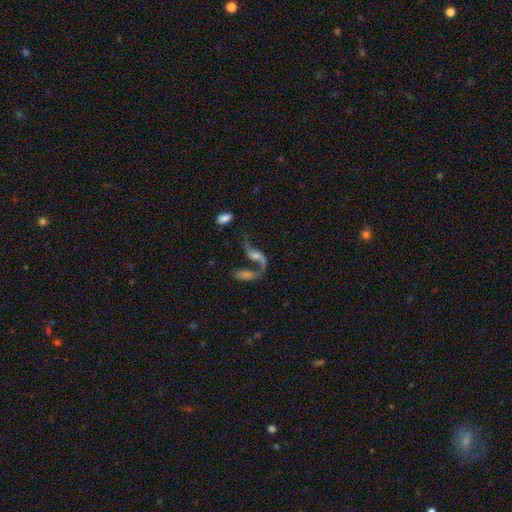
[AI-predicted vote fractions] The model was most divided on "bulge size": moderate: 39%, small: 32%, none: 16%, large: 11%, dominant: 3%. Remaining: edge-on disk — no (91%); spiral winding — loose (86%); spiral arms — yes (84%); spiral arm count — 2 (81%); smooth or featured — featured or disk (72%); bar — no (61%); merging — merger (41%).